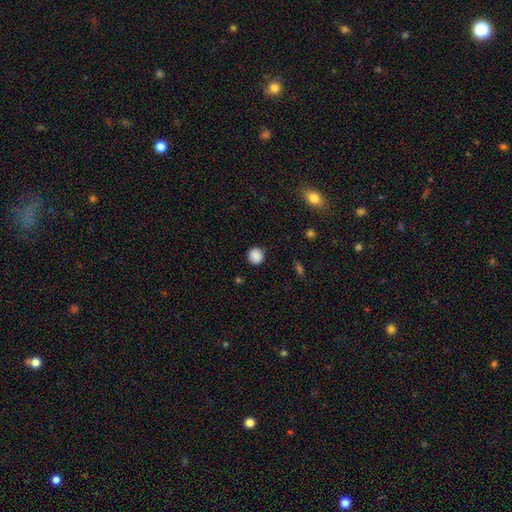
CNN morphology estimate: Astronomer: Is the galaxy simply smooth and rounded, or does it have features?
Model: smooth — 88%.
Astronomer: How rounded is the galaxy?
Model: round — 91%.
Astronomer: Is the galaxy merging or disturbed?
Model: none — 88%.